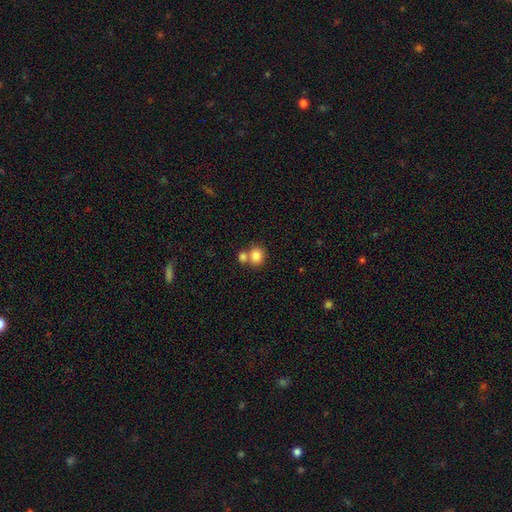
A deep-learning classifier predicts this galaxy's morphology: A smooth galaxy with no disk features (83%) that is round (73%). Merging: none (49%).